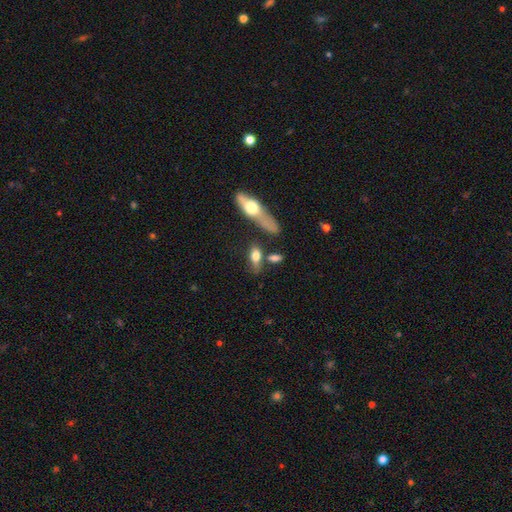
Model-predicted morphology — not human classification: smooth_or_featured: smooth (p=0.64) [alt: featured or disk p=0.28]
how_rounded: in between (p=0.67) [alt: cigar-shaped p=0.24]
merging: none (p=0.58) [alt: merger p=0.18]